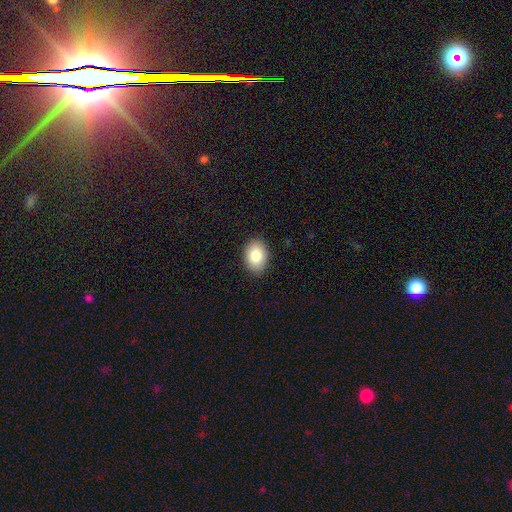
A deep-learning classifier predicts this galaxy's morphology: smooth-or-featured: smooth: 85% | featured or disk: 8% | star or artifact: 7%
  how-rounded: in between: 81% | round: 18% | cigar-shaped: 1%
  merging: none: 88% | minor disturbance: 9% | major disturbance: 2% | merger: 1%